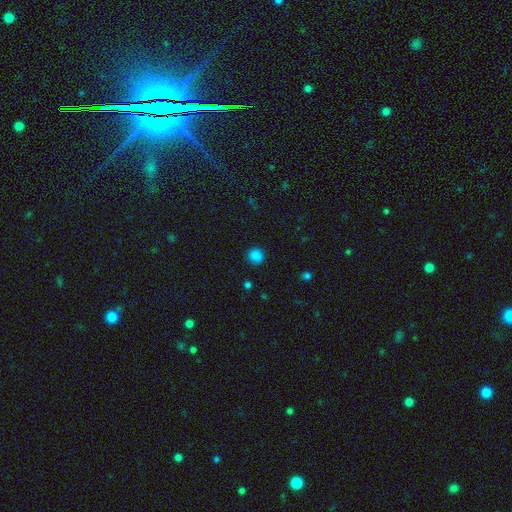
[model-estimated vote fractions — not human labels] Smooth or featured? smooth (84%)
How rounded? round (91%)
Merging? none (90%)